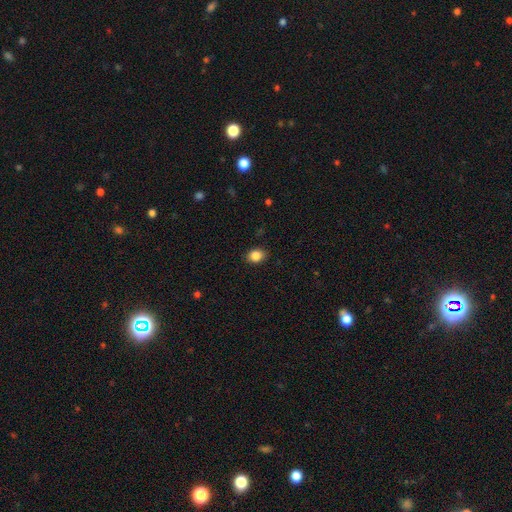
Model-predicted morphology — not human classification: Smooth or featured?
  - smooth: 85% *
  - star or artifact: 9%
  - featured or disk: 5%
How rounded?
  - in between: 61% *
  - round: 38%
  - cigar-shaped: 1%
Merging?
  - none: 88% *
  - minor disturbance: 9%
  - major disturbance: 2%
  - merger: 1%